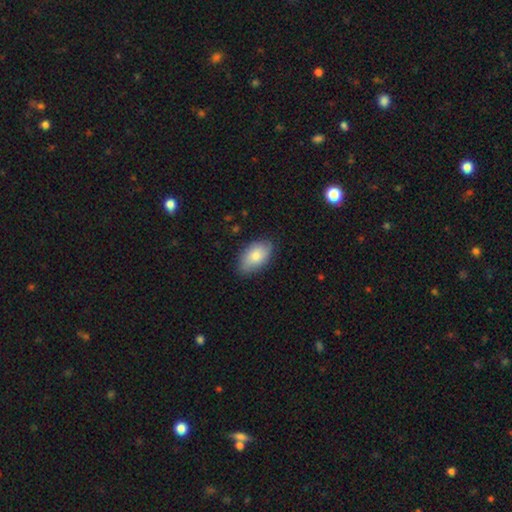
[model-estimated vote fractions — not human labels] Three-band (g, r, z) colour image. It shows a smooth galaxy with no disk features (79%) that is in between round and cigar-shaped (93%). Merging: none (79%).